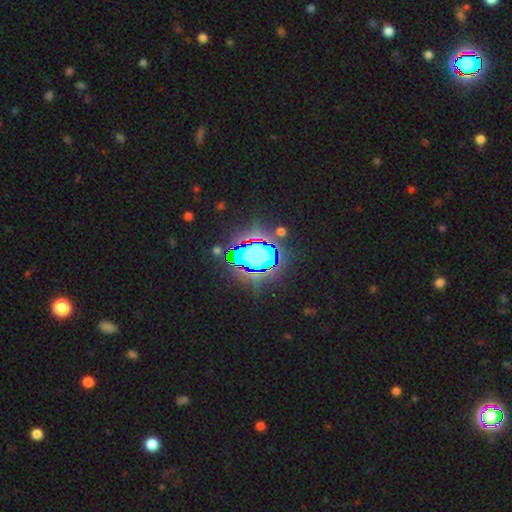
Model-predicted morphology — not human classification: This is likely a star or artifact rather than a galaxy (61%).